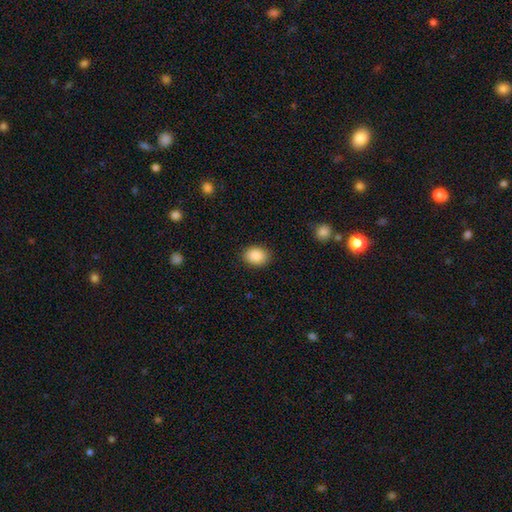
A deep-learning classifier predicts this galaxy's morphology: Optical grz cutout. It shows a smooth galaxy with no disk features (89%) that is in between round and cigar-shaped (66%). Merging: none (87%).